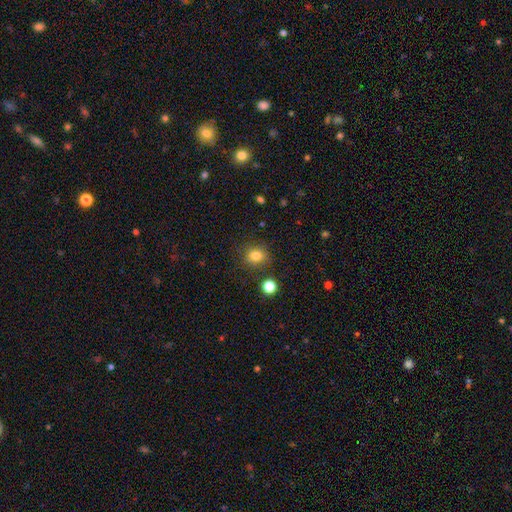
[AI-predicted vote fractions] Smooth or featured? Predicted: smooth (p=0.81). How rounded? Predicted: round (p=0.79). Merging? Predicted: none (p=0.82).